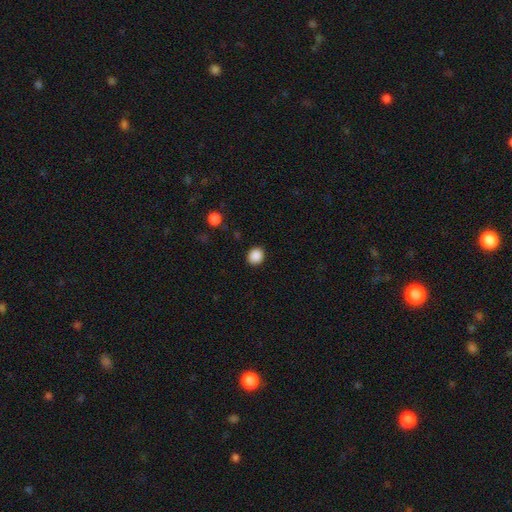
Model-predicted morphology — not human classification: smooth 88%, star or artifact 9%, featured or disk 2%. Down the decision tree: how rounded — round (76%); merging — none (91%).